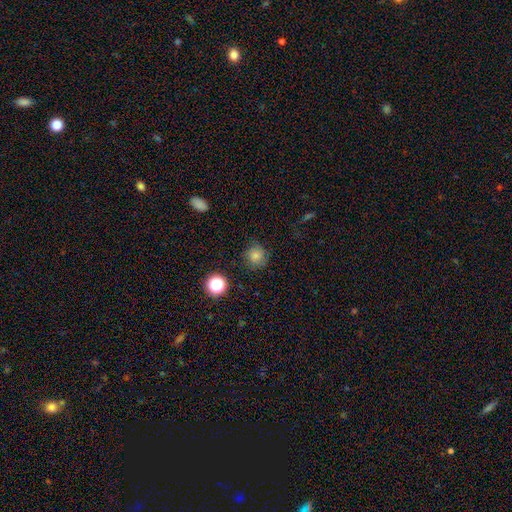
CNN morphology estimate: Q: Smooth or featured?
A: smooth (79%); runner-up: star or artifact (15%)
Q: How rounded?
A: round (90%); runner-up: in between (9%)
Q: Merging?
A: none (81%); runner-up: minor disturbance (13%)